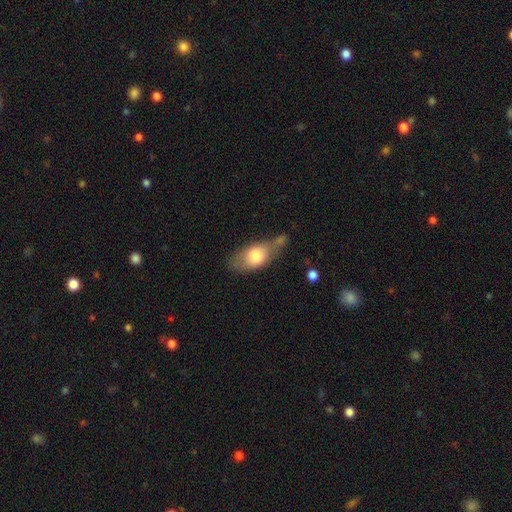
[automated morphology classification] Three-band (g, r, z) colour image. It shows a smooth galaxy with no disk features (71%) that is in between round and cigar-shaped (82%). Merging: none (38%).